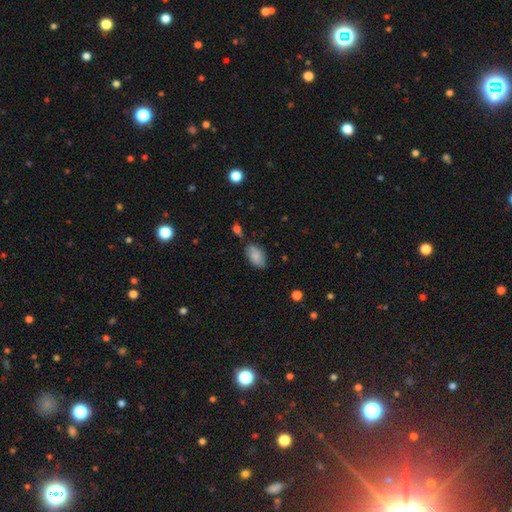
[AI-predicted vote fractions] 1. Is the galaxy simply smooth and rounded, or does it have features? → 80% smooth, 12% featured or disk, 8% star or artifact.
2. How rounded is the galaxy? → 93% in between, 5% round, 2% cigar-shaped.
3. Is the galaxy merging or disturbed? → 67% none, 23% minor disturbance, 5% major disturbance, 4% merger.